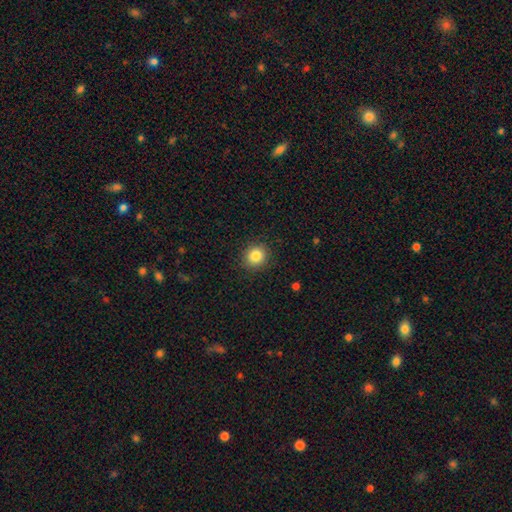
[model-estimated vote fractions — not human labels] Smooth or featured? Predicted: smooth (p=0.84). How rounded? Predicted: round (p=0.79). Merging? Predicted: none (p=0.89).